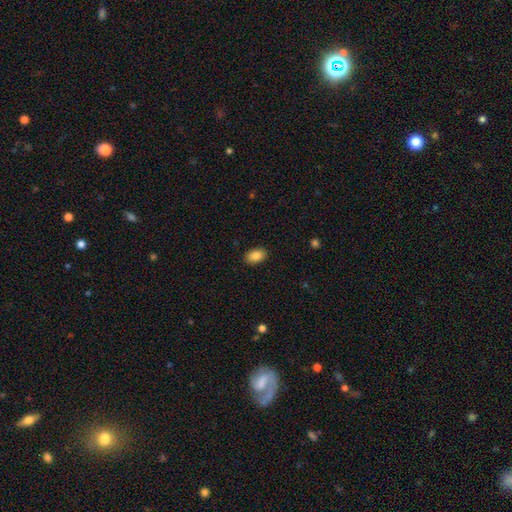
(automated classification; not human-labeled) This appears to be a smooth galaxy with no disk features (86%) that is in between round and cigar-shaped (88%). Merging: none (90%).